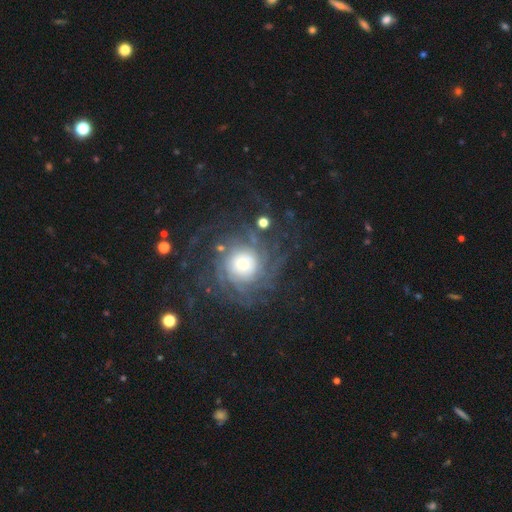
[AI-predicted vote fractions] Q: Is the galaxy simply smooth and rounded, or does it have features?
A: featured or disk — 75%.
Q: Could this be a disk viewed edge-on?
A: no — 97%.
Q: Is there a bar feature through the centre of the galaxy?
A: no — 82%.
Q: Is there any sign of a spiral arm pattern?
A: yes — 92%.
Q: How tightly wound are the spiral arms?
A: tight — 65%.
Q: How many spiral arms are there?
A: can't tell — 38%.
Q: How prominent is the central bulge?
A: moderate — 38%.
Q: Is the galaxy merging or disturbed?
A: none — 74%.